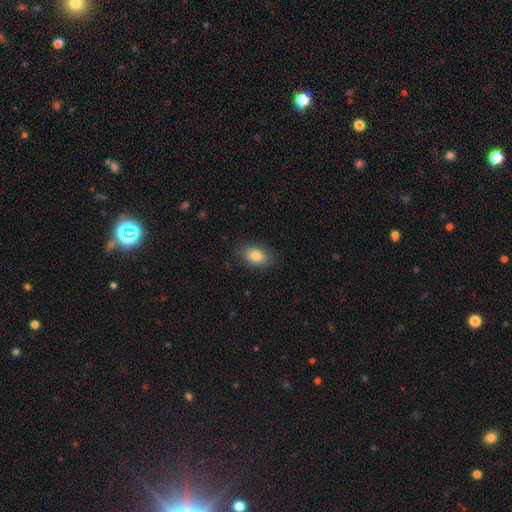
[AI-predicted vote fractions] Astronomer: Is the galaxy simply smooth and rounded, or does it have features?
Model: smooth — 84%.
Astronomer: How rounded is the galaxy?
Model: in between — 86%.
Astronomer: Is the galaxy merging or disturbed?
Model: none — 84%.